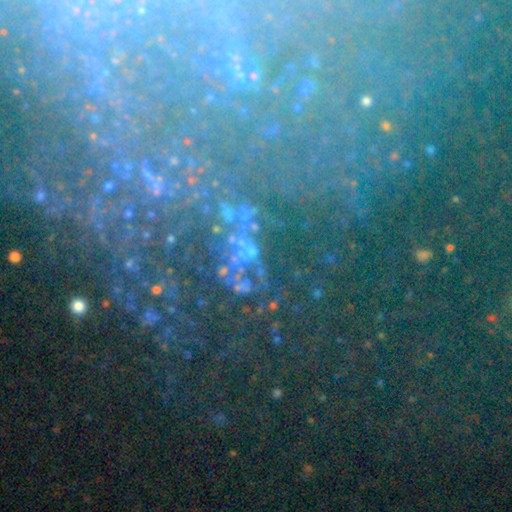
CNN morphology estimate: smooth_or_featured: star or artifact (p=0.56) [alt: featured or disk p=0.28]